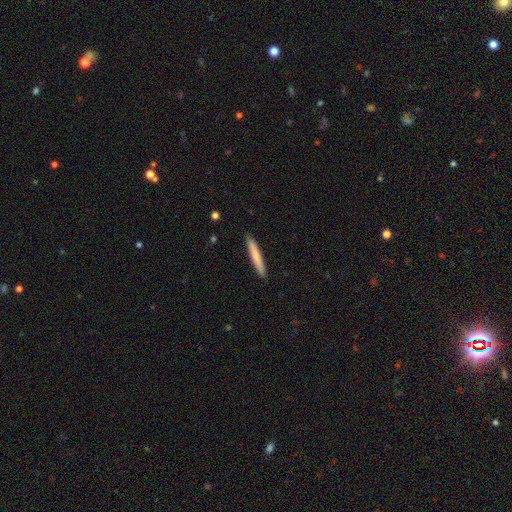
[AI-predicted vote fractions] Smooth or featured? Predicted: smooth (p=0.75). How rounded? Predicted: cigar-shaped (p=0.96). Merging? Predicted: none (p=0.91).